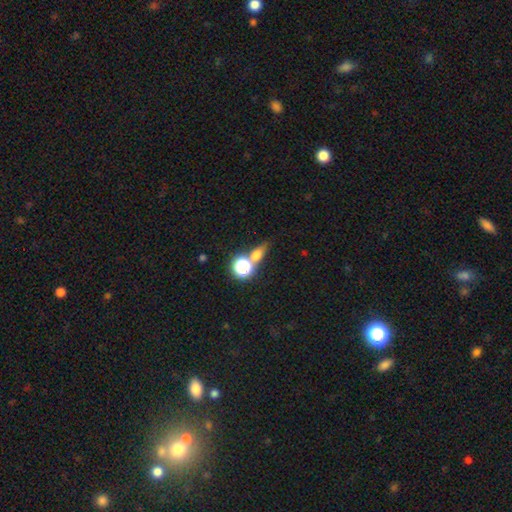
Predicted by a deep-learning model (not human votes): Q: Smooth or featured?
A: smooth (61%); runner-up: star or artifact (25%)
Q: How rounded?
A: in between (45%); runner-up: round (41%)
Q: Merging?
A: none (56%); runner-up: merger (27%)